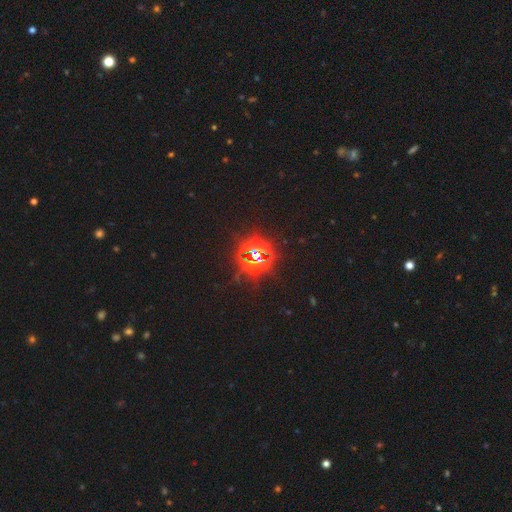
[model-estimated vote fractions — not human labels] Smooth or featured?
  - star or artifact: 81% *
  - smooth: 10%
  - featured or disk: 8%